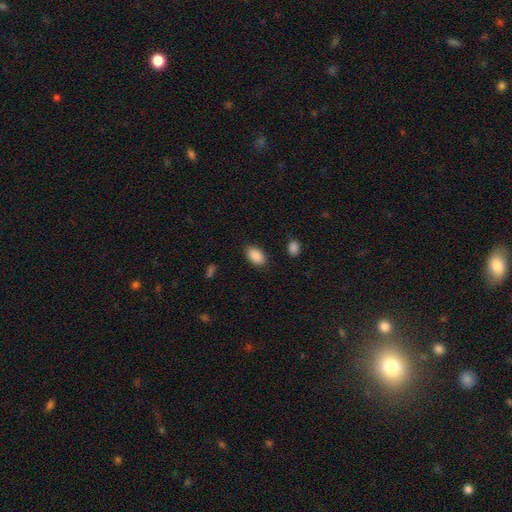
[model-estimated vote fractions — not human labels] The model was most divided on "merging": none: 85%, minor disturbance: 11%, major disturbance: 3%, merger: 2%. More confident: how rounded — in between (92%); smooth or featured — smooth (89%).